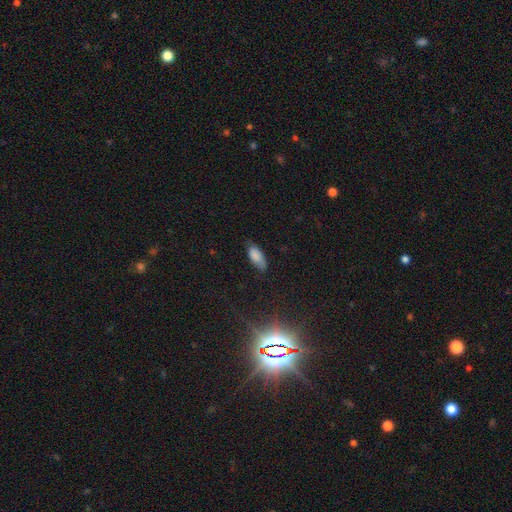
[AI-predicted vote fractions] A smooth galaxy with no disk features (83%) that is in between round and cigar-shaped (86%).

Vote fractions:
- Smooth or featured? smooth: 83% / featured or disk: 9% / star or artifact: 8%
- How rounded? in between: 86% / cigar-shaped: 11% / round: 2%
- Merging? none: 67% / minor disturbance: 26% / major disturbance: 5% / merger: 2%